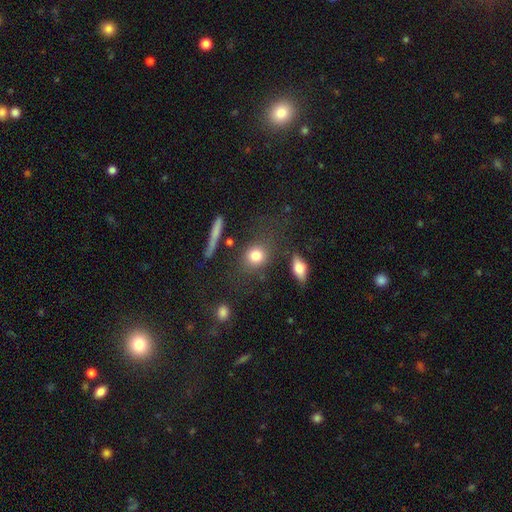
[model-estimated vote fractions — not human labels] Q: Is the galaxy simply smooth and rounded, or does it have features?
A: smooth — 80%.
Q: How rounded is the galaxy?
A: round — 57%.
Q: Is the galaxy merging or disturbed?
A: none — 67%.